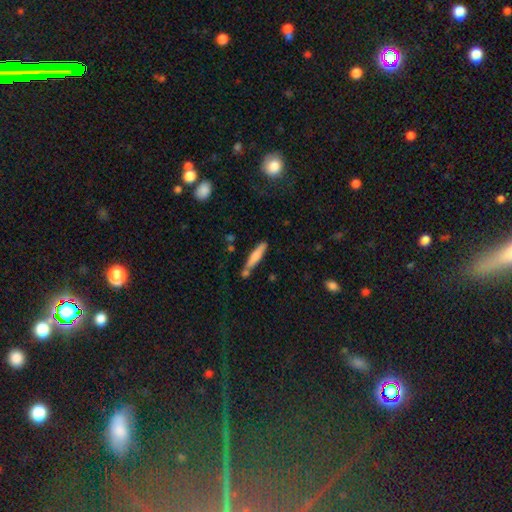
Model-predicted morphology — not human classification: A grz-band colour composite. It shows a smooth galaxy with no disk features (69%) that is cigar-shaped (87%). Merging: none (63%).